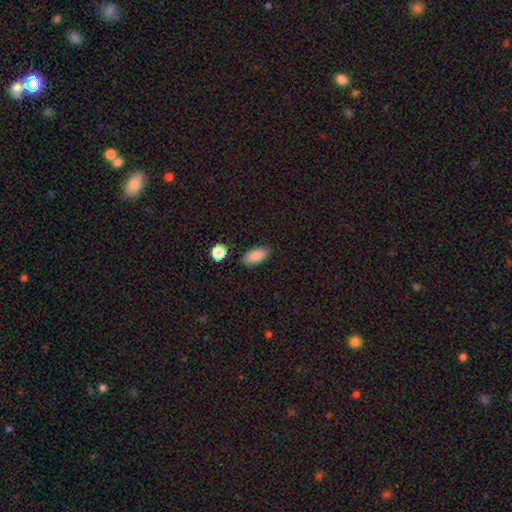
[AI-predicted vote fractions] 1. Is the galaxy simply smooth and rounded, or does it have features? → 87% smooth, 8% star or artifact, 5% featured or disk.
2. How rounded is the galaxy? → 91% in between, 5% cigar-shaped, 4% round.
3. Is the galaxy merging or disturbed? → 85% none, 10% minor disturbance, 3% merger, 2% major disturbance.